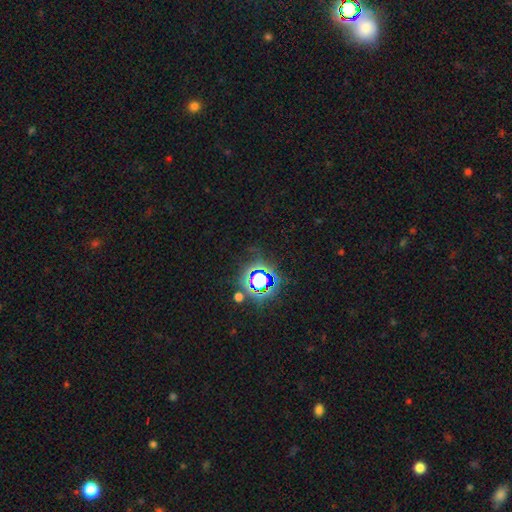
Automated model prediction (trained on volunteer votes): The model was most divided on "smooth or featured": star or artifact: 78%, smooth: 14%, featured or disk: 8%.